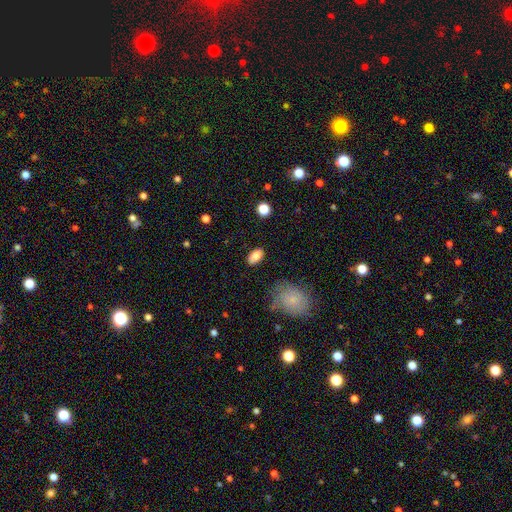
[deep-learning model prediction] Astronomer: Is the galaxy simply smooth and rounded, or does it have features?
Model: smooth — 83%.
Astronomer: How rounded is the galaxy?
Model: in between — 91%.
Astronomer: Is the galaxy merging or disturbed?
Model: none — 83%.